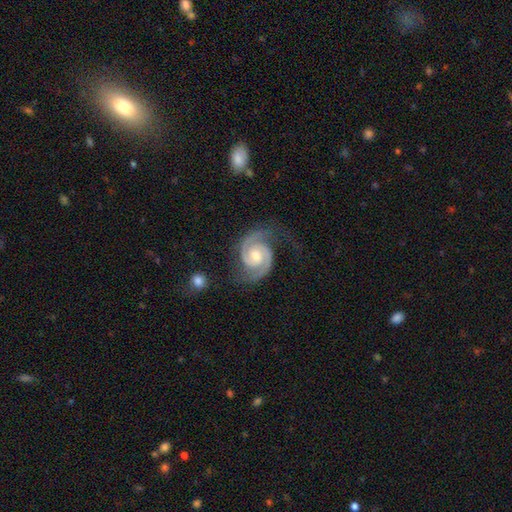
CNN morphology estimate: Smooth or featured: featured or disk — 93% (star or artifact — 4%)
Edge-on disk: no — 98% (yes — 2%)
Bar: no — 60% (weak — 31%)
Spiral arms: yes — 99% (no — 1%)
Spiral winding: medium — 47% (tight — 46%)
Spiral arm count: 2 — 94% (3 — 2%)
Bulge size: moderate — 60% (small — 34%)
Merging: none — 75% (minor disturbance — 17%)